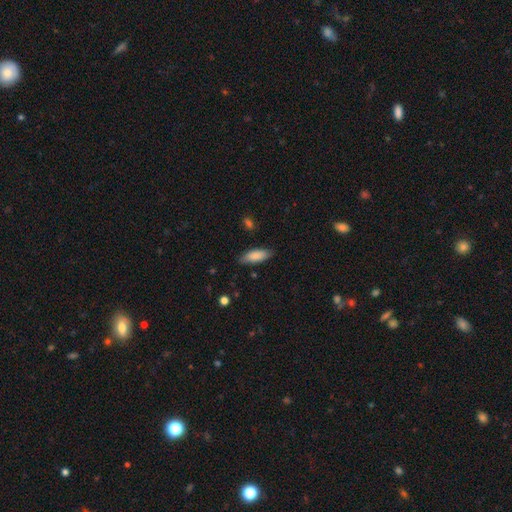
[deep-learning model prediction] smooth-or-featured: smooth: 84% | featured or disk: 9% | star or artifact: 6%
  how-rounded: in between: 68% | cigar-shaped: 30% | round: 2%
  merging: none: 82% | minor disturbance: 14% | major disturbance: 2% | merger: 1%